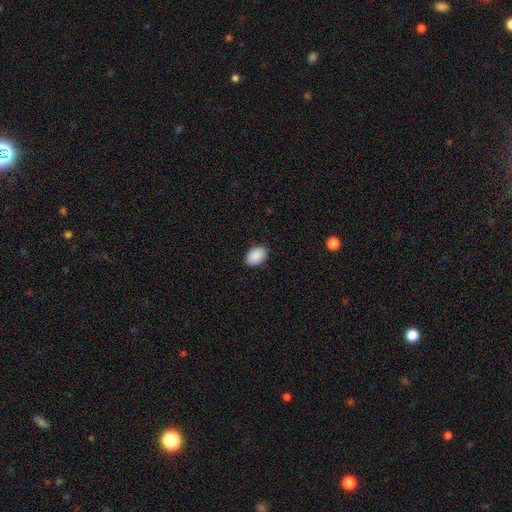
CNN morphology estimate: A smooth galaxy with no disk features (91%) that is in between round and cigar-shaped (88%).

Vote fractions:
- Smooth or featured? smooth: 91% / star or artifact: 7% / featured or disk: 3%
- How rounded? in between: 88% / round: 11% / cigar-shaped: 1%
- Merging? none: 88% / minor disturbance: 9% / major disturbance: 2% / merger: 1%